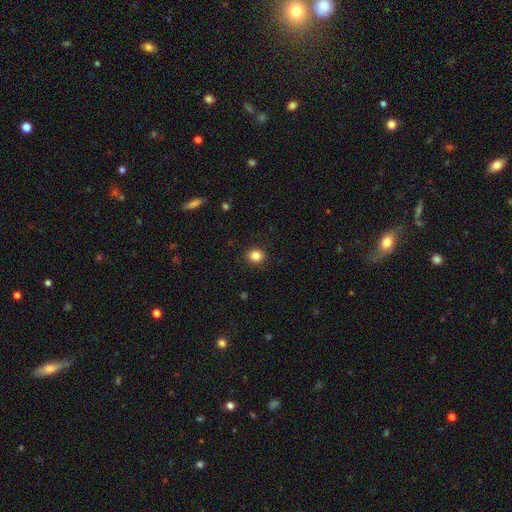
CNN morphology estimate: type=smooth (84%); roundness=round (86%); merging=none (91%).